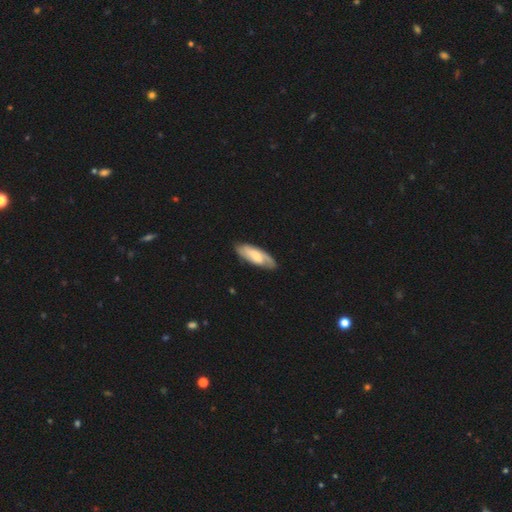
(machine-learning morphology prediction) featured or disk 50%, smooth 44%, star or artifact 5%. Down the decision tree: edge-on disk — no (80%); merging — none (80%).